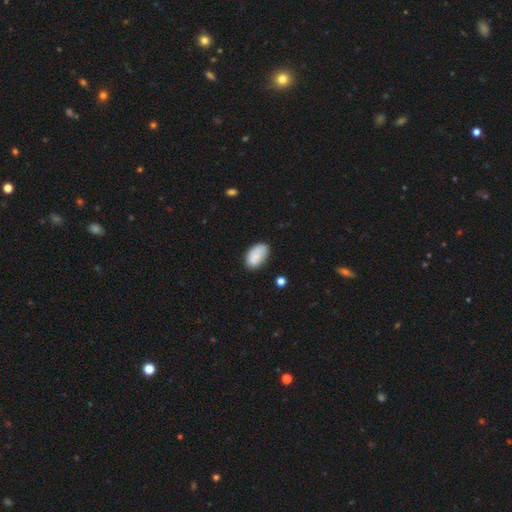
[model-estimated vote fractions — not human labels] This appears to be a smooth galaxy with no disk features (82%) that is in between round and cigar-shaped (93%). Merging: none (69%).